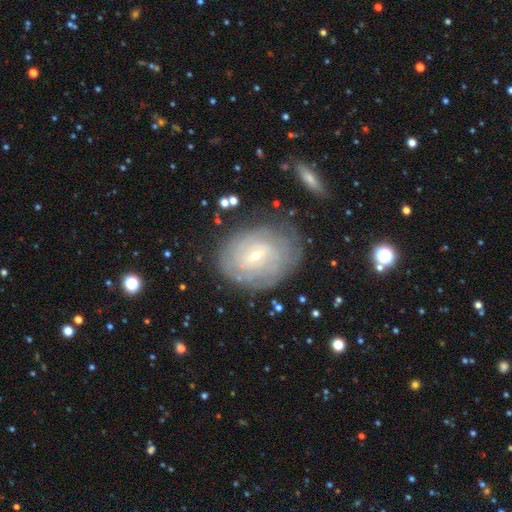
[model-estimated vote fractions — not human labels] Smooth or featured?
  - featured or disk: 73% *
  - smooth: 19%
  - star or artifact: 7%
Edge-on disk?
  - no: 96% *
  - yes: 4%
Bar?
  - weak: 54% *
  - no: 28%
  - strong: 17%
Spiral arms?
  - yes: 79% *
  - no: 21%
Spiral winding?
  - tight: 77% *
  - medium: 17%
  - loose: 6%
Spiral arm count?
  - can't tell: 62% *
  - 2: 14%
  - 4: 8%
  - 3: 7%
  - more than 4: 5%
  - 1: 4%
Bulge size?
  - small: 80% *
  - moderate: 17%
  - none: 1%
  - large: 1%
  - dominant: 1%
Merging?
  - none: 73% *
  - minor disturbance: 18%
  - major disturbance: 7%
  - merger: 2%